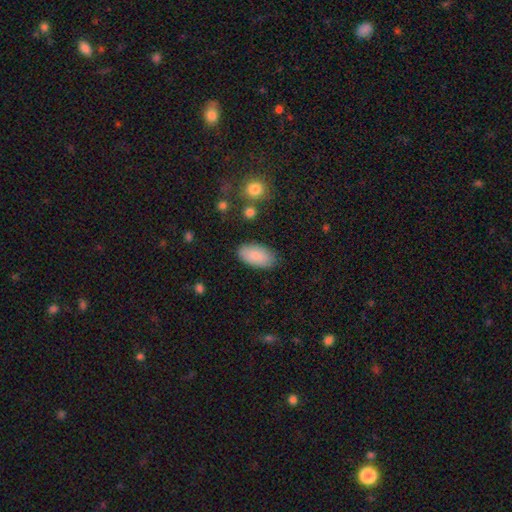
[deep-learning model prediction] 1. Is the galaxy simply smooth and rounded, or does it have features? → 85% smooth, 9% featured or disk, 6% star or artifact.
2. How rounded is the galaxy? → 94% in between, 3% round, 3% cigar-shaped.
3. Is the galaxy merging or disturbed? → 83% none, 12% minor disturbance, 3% major disturbance, 2% merger.